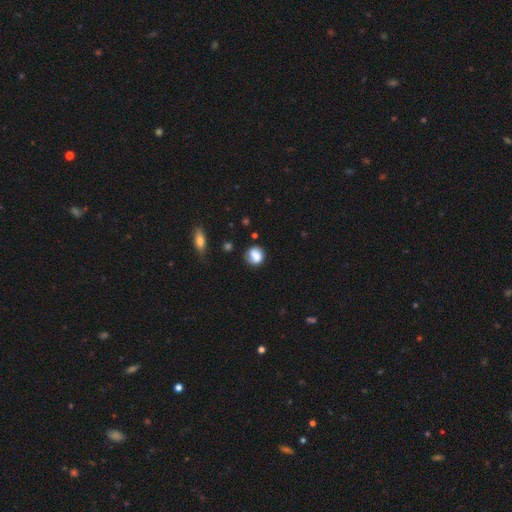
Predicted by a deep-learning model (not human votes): Smooth or featured? Predicted: smooth (p=0.79). How rounded? Predicted: round (p=0.69). Merging? Predicted: none (p=0.63).